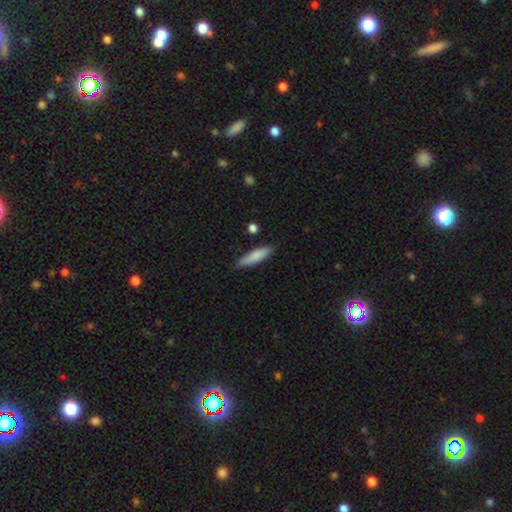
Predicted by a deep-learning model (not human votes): Q: Smooth or featured?
A: smooth (80%); runner-up: featured or disk (14%)
Q: How rounded?
A: cigar-shaped (75%); runner-up: in between (24%)
Q: Merging?
A: none (83%); runner-up: minor disturbance (12%)